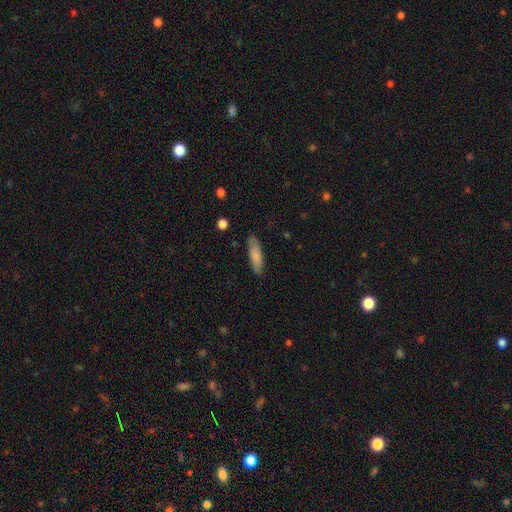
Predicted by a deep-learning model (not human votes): A smooth galaxy with no disk features (79%) that is cigar-shaped (65%).

Vote fractions:
- Smooth or featured? smooth: 79% / featured or disk: 15% / star or artifact: 6%
- How rounded? cigar-shaped: 65% / in between: 34% / round: 2%
- Merging? none: 84% / minor disturbance: 12% / major disturbance: 2% / merger: 1%